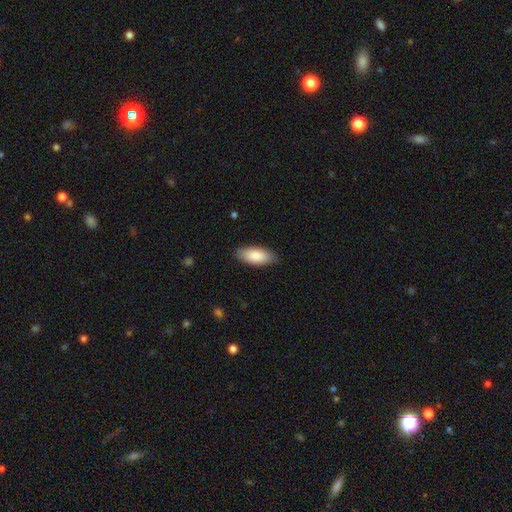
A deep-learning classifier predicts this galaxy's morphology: smooth_or_featured: smooth (p=0.87) [alt: featured or disk p=0.07]
how_rounded: in between (p=0.86) [alt: cigar-shaped p=0.12]
merging: none (p=0.87) [alt: minor disturbance p=0.10]